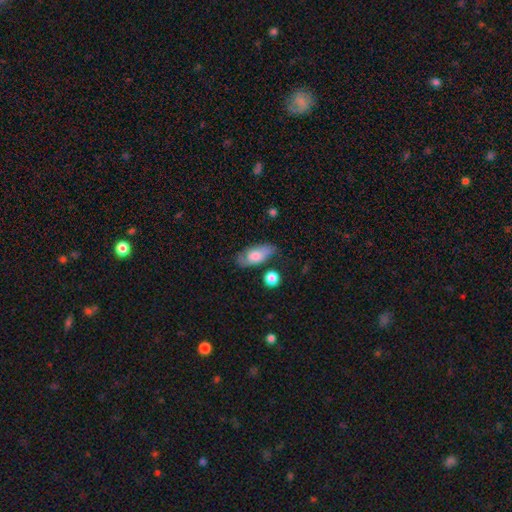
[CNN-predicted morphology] This appears to be a smooth galaxy with no disk features (66%) that is in between round and cigar-shaped (86%). Merging: none (62%).